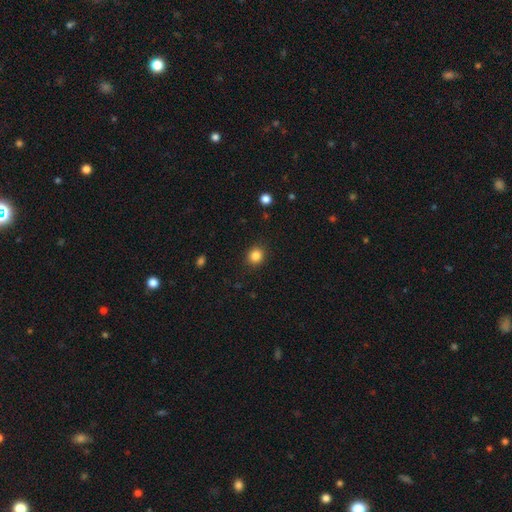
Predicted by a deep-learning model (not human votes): Smooth or featured?
  - smooth: 85% *
  - star or artifact: 11%
  - featured or disk: 4%
How rounded?
  - round: 79% *
  - in between: 20%
  - cigar-shaped: 1%
Merging?
  - none: 89% *
  - minor disturbance: 7%
  - major disturbance: 2%
  - merger: 1%